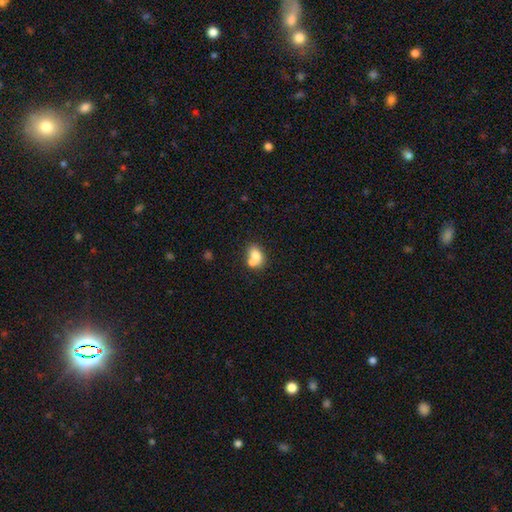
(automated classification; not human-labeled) smooth_or_featured: smooth (p=0.72) [alt: featured or disk p=0.18]
how_rounded: in between (p=0.66) [alt: round p=0.32]
merging: merger (p=0.56) [alt: none p=0.31]